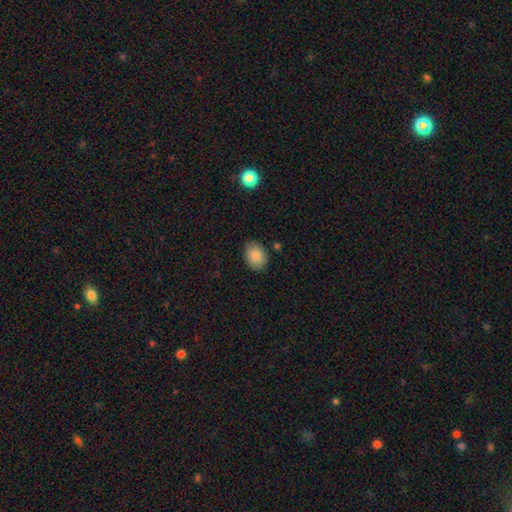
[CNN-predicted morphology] smooth_or_featured: smooth (p=0.87) [alt: star or artifact p=0.08]
how_rounded: in between (p=0.72) [alt: round p=0.28]
merging: none (p=0.84) [alt: minor disturbance p=0.11]